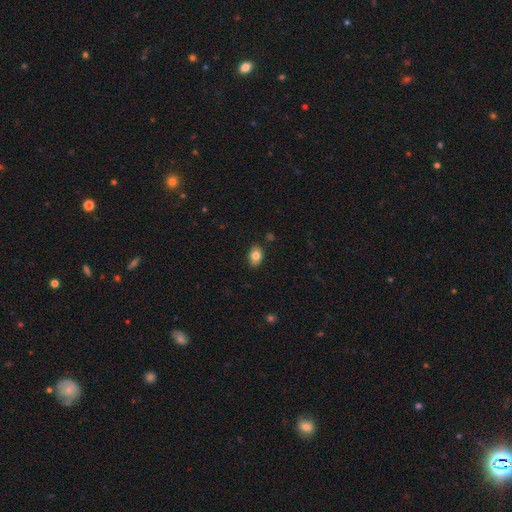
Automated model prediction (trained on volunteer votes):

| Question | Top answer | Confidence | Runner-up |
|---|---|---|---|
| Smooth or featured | smooth | 82% | featured or disk (9%) |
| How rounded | in between | 79% | round (20%) |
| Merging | none | 85% | minor disturbance (11%) |